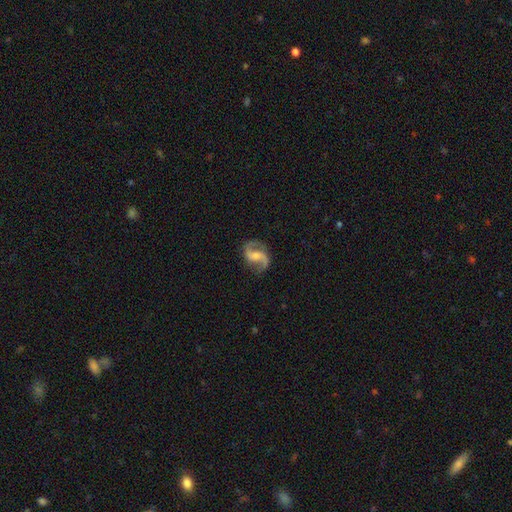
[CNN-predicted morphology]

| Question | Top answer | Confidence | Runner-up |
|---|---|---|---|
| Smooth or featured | featured or disk | 88% | smooth (7%) |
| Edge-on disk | no | 98% | yes (2%) |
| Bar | weak | 47% | no (31%) |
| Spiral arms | yes | 97% | no (3%) |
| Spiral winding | loose | 47% | medium (44%) |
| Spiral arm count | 2 | 93% | 1 (2%) |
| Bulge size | moderate | 41% | small (38%) |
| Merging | none | 78% | minor disturbance (14%) |